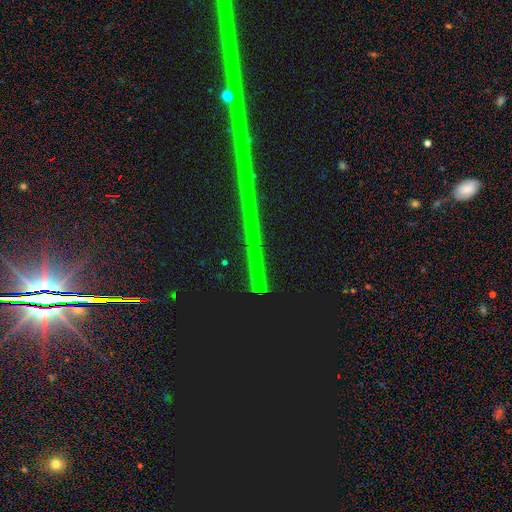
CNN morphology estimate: Smooth or featured: star or artifact — 84% (featured or disk — 11%)